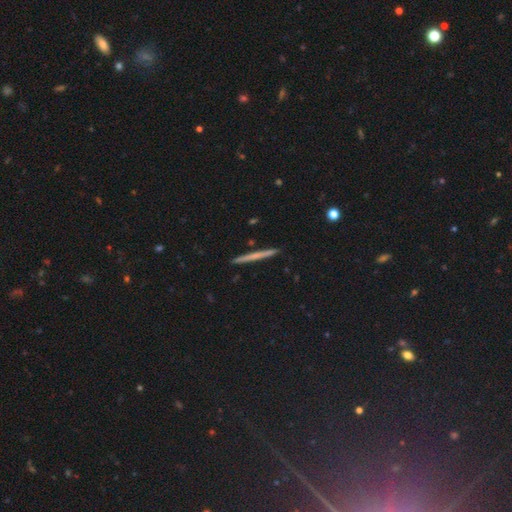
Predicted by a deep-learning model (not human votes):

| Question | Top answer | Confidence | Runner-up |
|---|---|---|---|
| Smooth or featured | smooth | 53% | featured or disk (41%) |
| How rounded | cigar-shaped | 97% | in between (2%) |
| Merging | none | 92% | minor disturbance (5%) |